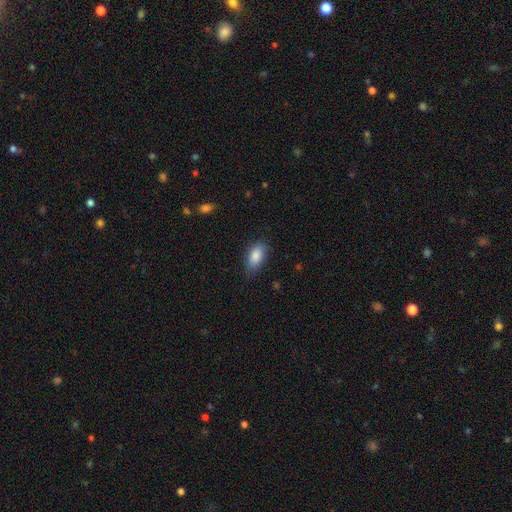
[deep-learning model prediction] smooth 87%, star or artifact 7%, featured or disk 6%. Down the decision tree: how rounded — in between (91%); merging — none (79%).